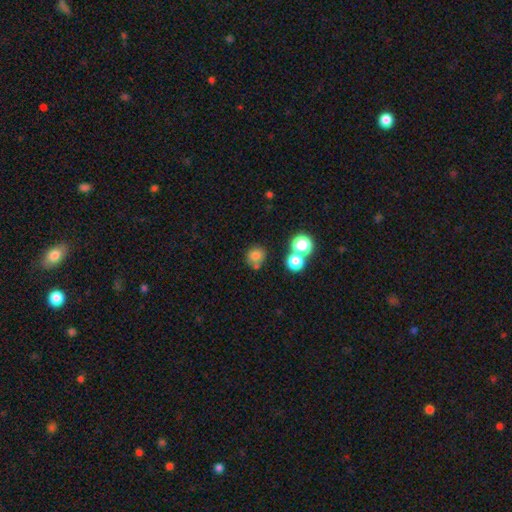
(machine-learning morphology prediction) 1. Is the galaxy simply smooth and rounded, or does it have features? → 76% smooth, 15% star or artifact, 9% featured or disk.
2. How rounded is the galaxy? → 82% round, 17% in between, 1% cigar-shaped.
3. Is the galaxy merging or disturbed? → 65% none, 17% merger, 13% minor disturbance, 5% major disturbance.